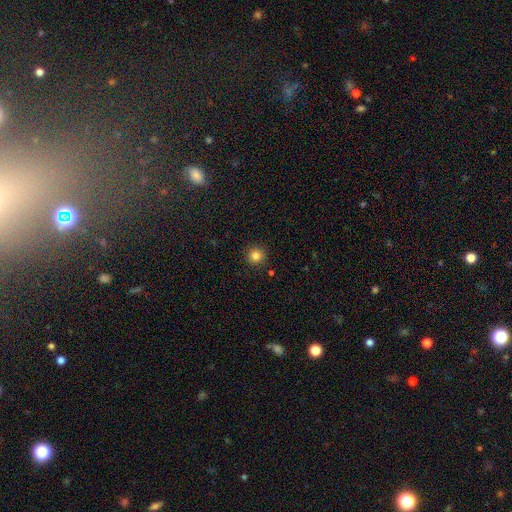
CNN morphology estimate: smooth_or_featured: smooth (p=0.83) [alt: star or artifact p=0.12]
how_rounded: round (p=0.95) [alt: in between p=0.04]
merging: none (p=0.92) [alt: minor disturbance p=0.05]